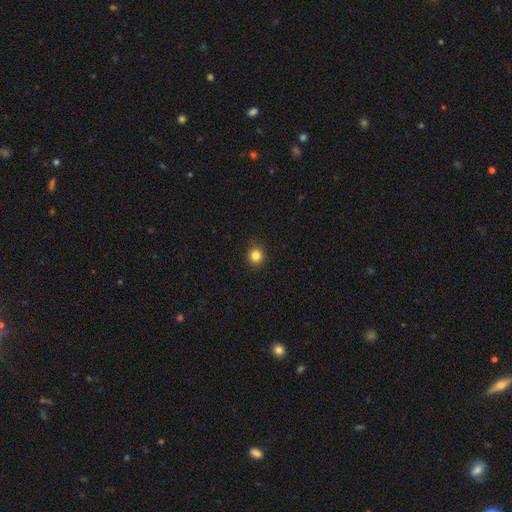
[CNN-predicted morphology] Q: Smooth or featured?
A: smooth (84%); runner-up: star or artifact (12%)
Q: How rounded?
A: round (91%); runner-up: in between (8%)
Q: Merging?
A: none (91%); runner-up: minor disturbance (6%)